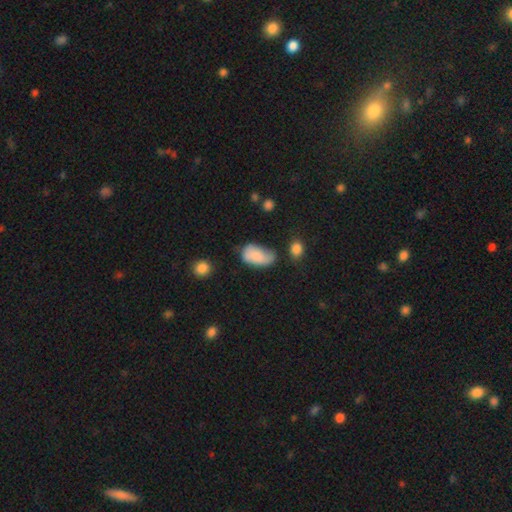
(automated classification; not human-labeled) A smooth galaxy with no disk features (73%) that is in between round and cigar-shaped (93%).

Vote fractions:
- Smooth or featured? smooth: 73% / featured or disk: 19% / star or artifact: 8%
- How rounded? in between: 93% / round: 6% / cigar-shaped: 2%
- Merging? none: 37% / minor disturbance: 36% / major disturbance: 18% / merger: 8%